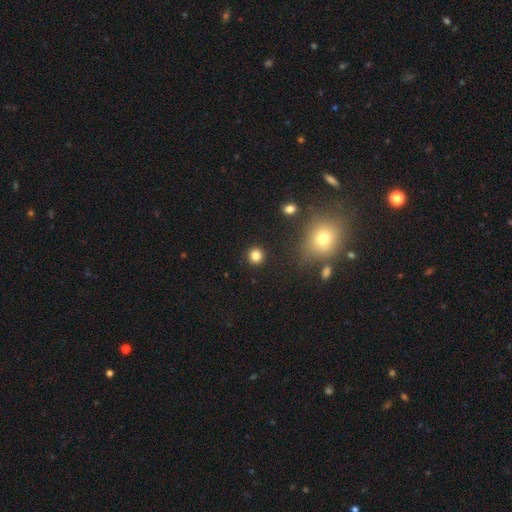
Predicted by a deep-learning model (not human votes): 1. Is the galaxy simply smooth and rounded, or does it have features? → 83% smooth, 12% star or artifact, 5% featured or disk.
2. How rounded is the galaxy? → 92% round, 7% in between, 1% cigar-shaped.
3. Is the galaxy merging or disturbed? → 91% none, 5% minor disturbance, 2% major disturbance, 2% merger.